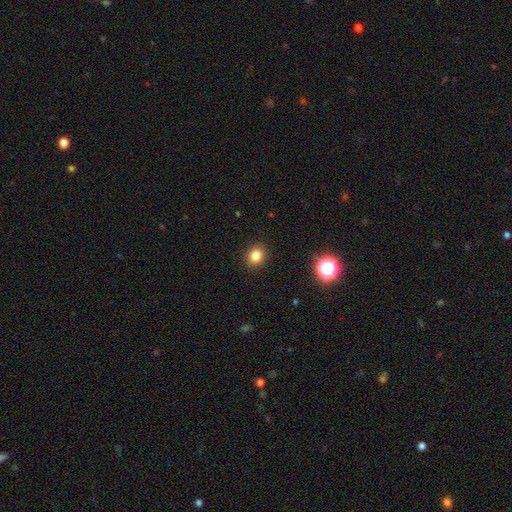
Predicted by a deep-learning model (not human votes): Overall: smooth (83%). How rounded: round (65%; in between 34%). Merging: none (90%).